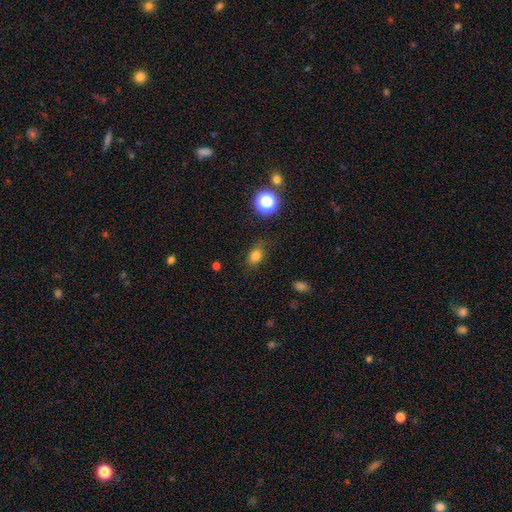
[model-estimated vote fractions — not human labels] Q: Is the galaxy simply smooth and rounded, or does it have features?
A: smooth — 79%.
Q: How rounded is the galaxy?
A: in between — 65%.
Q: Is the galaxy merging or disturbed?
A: none — 77%.